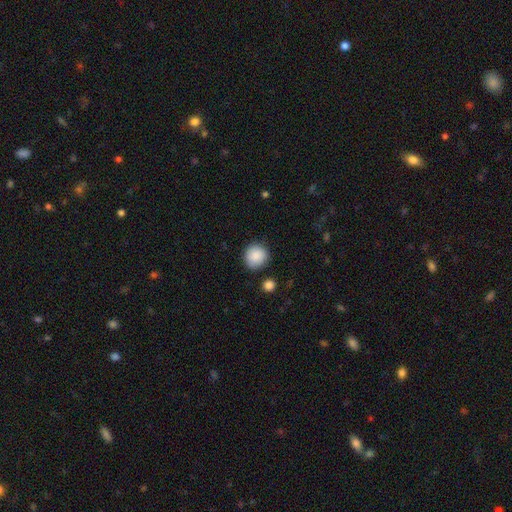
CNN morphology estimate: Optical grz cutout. It shows a smooth galaxy with no disk features (89%) that is round (89%). Merging: none (85%).